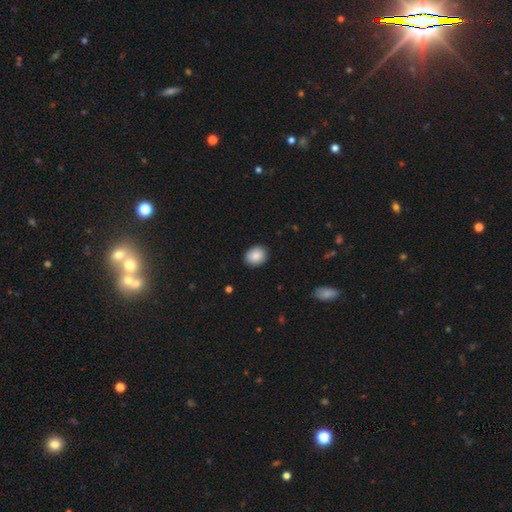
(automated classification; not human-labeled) A smooth galaxy with no disk features (88%) that is round (51%).

Vote fractions:
- Smooth or featured? smooth: 88% / star or artifact: 7% / featured or disk: 5%
- How rounded? round: 51% / in between: 48% / cigar-shaped: 1%
- Merging? none: 89% / minor disturbance: 8% / major disturbance: 2% / merger: 1%